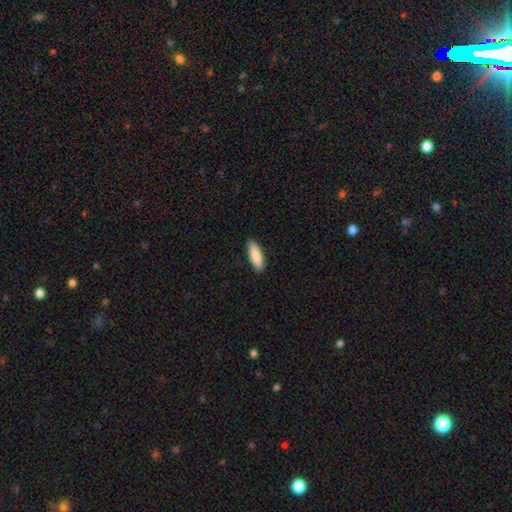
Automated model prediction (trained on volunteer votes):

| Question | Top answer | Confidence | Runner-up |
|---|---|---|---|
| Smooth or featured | smooth | 88% | featured or disk (7%) |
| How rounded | in between | 55% | cigar-shaped (43%) |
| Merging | none | 90% | minor disturbance (8%) |